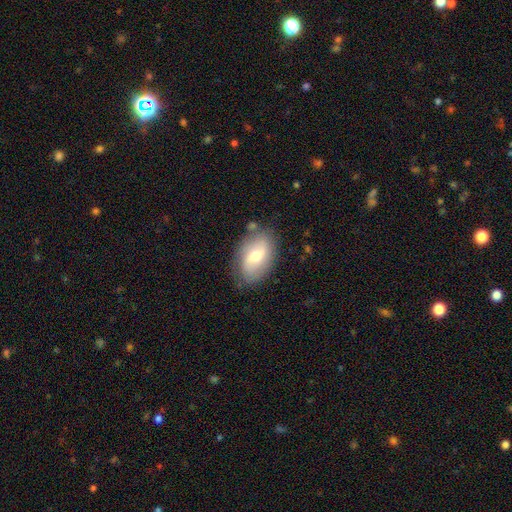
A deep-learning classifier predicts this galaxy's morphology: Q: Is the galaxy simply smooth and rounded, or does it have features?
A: smooth — 51%.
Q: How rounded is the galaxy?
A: in between — 88%.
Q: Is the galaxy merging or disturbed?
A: none — 77%.